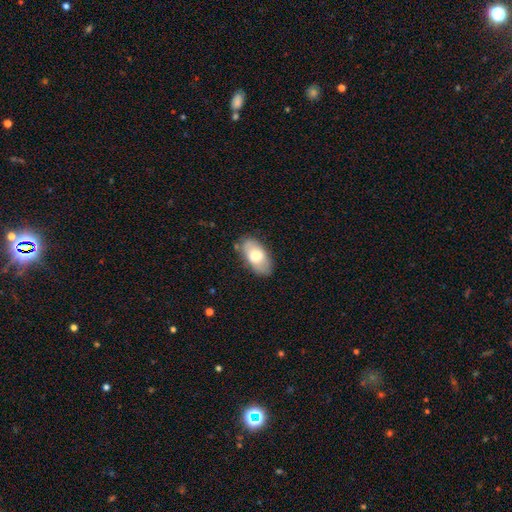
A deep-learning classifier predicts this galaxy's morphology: Overall: smooth (69%). How rounded: in between (94%). Merging: none (79%).